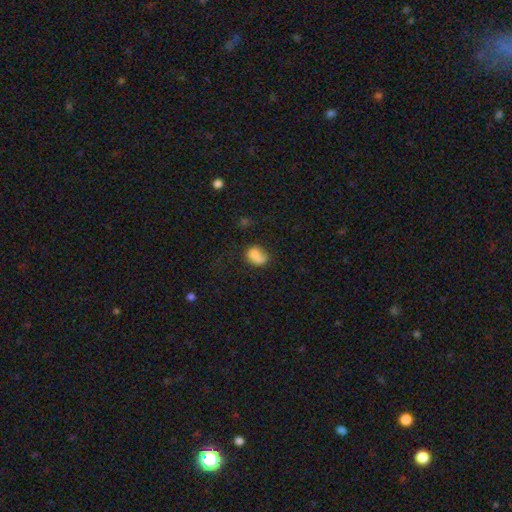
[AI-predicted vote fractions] This is likely a smooth galaxy (74%). How rounded: likely in between (63%). Merging: marginally none (36%).